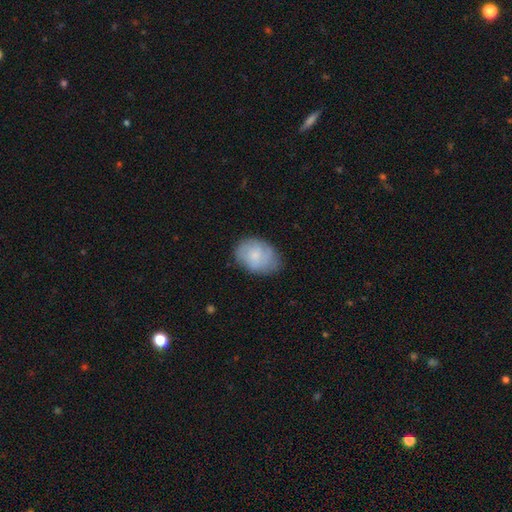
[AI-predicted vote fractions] A smooth galaxy with no disk features (61%) that is in between round and cigar-shaped (73%).

Vote fractions:
- Smooth or featured? smooth: 61% / featured or disk: 32% / star or artifact: 7%
- How rounded? in between: 73% / round: 26% / cigar-shaped: 1%
- Merging? none: 69% / minor disturbance: 23% / major disturbance: 6% / merger: 1%